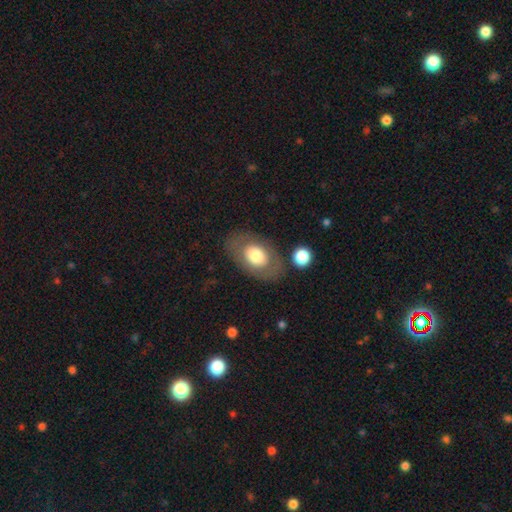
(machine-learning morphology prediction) Q: Smooth or featured?
A: smooth (65%); runner-up: featured or disk (28%)
Q: How rounded?
A: in between (85%); runner-up: round (13%)
Q: Merging?
A: none (76%); runner-up: minor disturbance (13%)